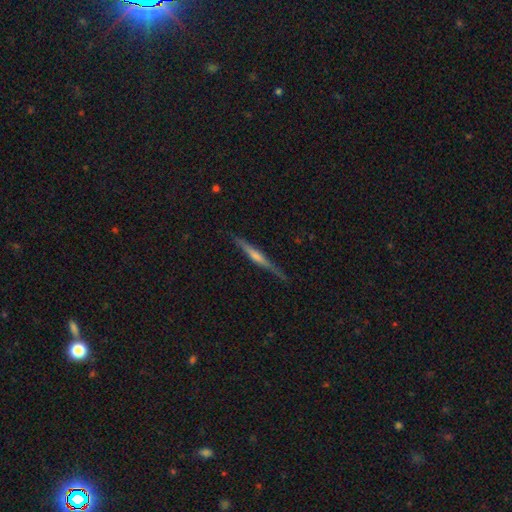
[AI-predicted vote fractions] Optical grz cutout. It shows a featured or disk galaxy (77%) viewed edge-on (98%) with a rounded central bulge (78%). Merging: none (90%).